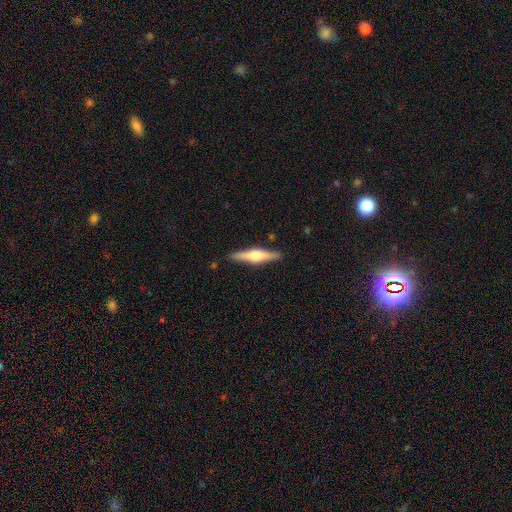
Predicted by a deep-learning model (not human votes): Smooth or featured: featured or disk — 68% (smooth — 27%)
Edge-on disk: yes — 98% (no — 2%)
Edge-on bulge: rounded — 92% (boxy — 5%)
Merging: none — 90% (minor disturbance — 7%)